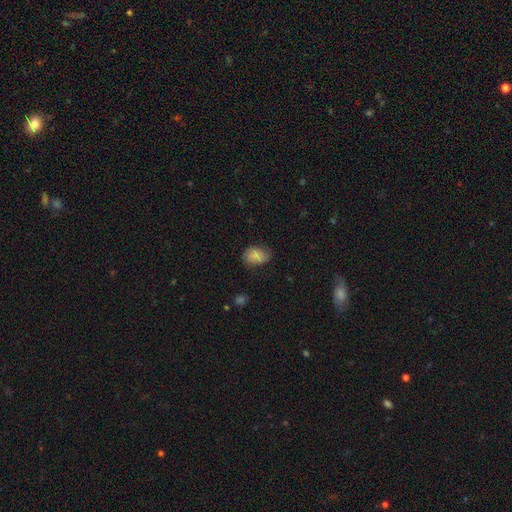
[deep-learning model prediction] Smooth or featured: smooth — 67% (featured or disk — 24%)
How rounded: in between — 75% (round — 24%)
Merging: none — 64% (minor disturbance — 27%)